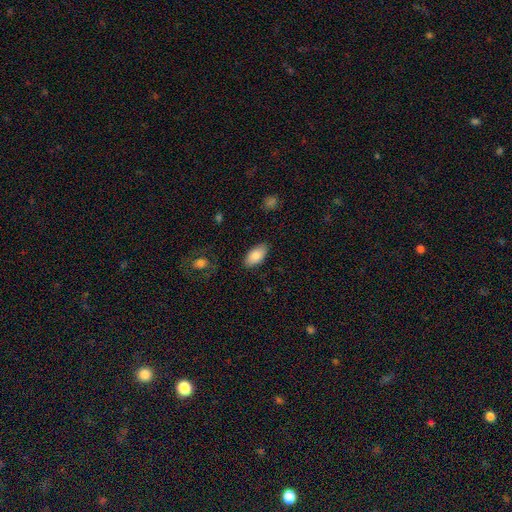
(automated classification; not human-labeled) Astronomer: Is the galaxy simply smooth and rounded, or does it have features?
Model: smooth — 85%.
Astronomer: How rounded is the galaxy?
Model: in between — 94%.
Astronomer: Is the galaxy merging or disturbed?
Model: none — 86%.